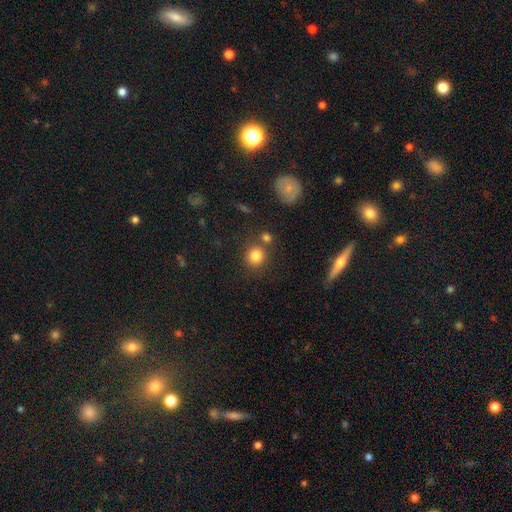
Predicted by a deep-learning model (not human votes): A smooth galaxy with no disk features (82%) that is round (86%). Merging: none (72%).